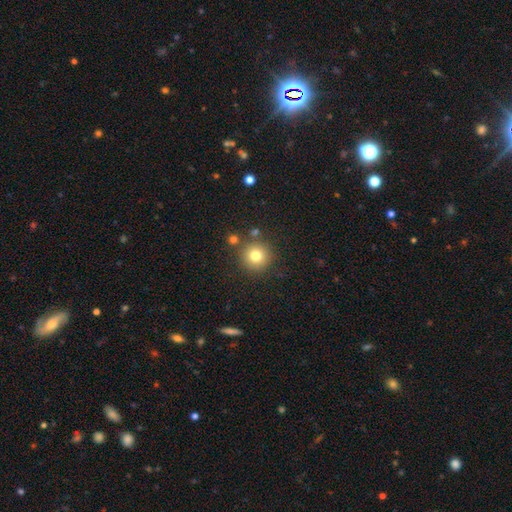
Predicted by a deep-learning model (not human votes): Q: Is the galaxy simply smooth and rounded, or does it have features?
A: smooth — 78%.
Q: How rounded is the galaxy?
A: round — 95%.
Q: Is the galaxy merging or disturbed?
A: none — 83%.